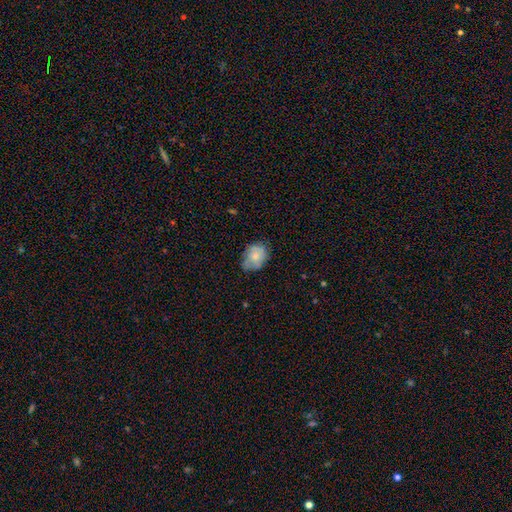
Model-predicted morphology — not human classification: smooth-or-featured: smooth: 67% | featured or disk: 25% | star or artifact: 8%
  how-rounded: in between: 60% | round: 39% | cigar-shaped: 1%
  merging: none: 55% | minor disturbance: 33% | major disturbance: 9% | merger: 2%